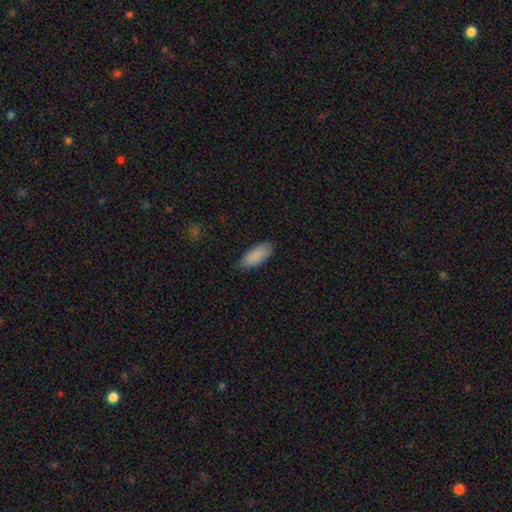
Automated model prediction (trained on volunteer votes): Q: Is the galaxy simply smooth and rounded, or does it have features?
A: smooth — 88%.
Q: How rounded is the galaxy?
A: in between — 86%.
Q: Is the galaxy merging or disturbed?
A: none — 80%.